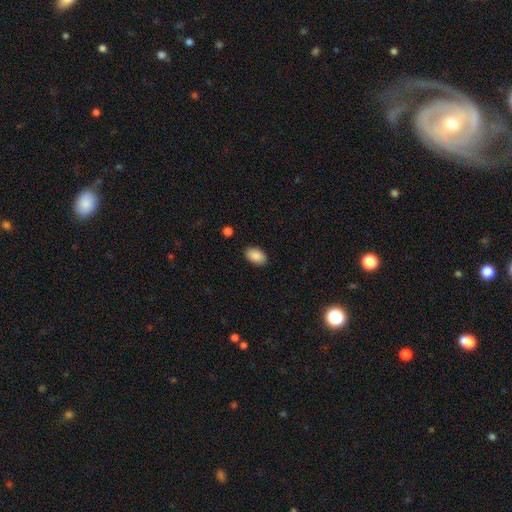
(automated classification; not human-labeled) Q: Smooth or featured?
A: smooth (89%); runner-up: star or artifact (7%)
Q: How rounded?
A: in between (91%); runner-up: round (8%)
Q: Merging?
A: none (88%); runner-up: minor disturbance (8%)